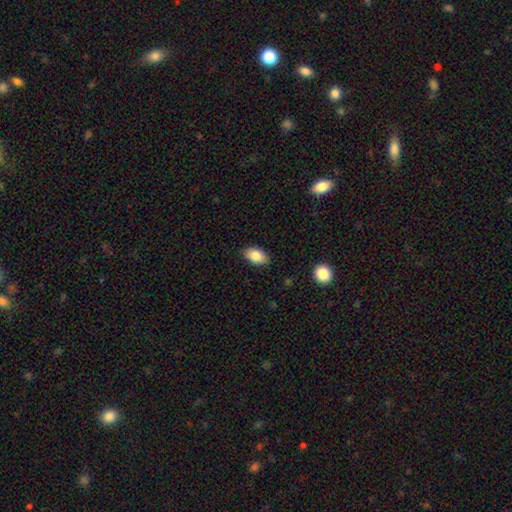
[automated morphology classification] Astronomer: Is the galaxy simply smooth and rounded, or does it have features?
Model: smooth — 85%.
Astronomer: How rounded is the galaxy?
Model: in between — 92%.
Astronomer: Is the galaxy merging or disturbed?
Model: none — 86%.